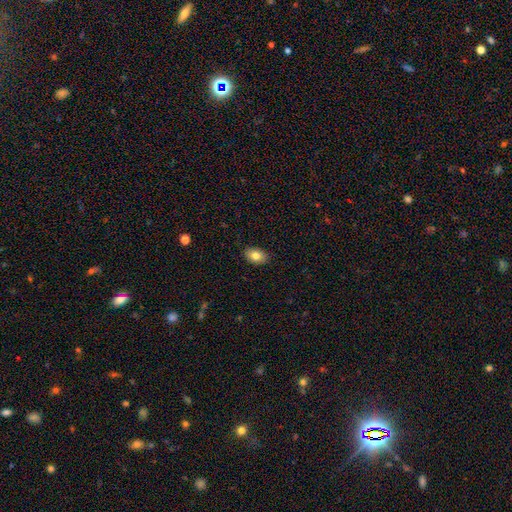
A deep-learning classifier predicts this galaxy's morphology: This is clearly a smooth galaxy (81%). How rounded: clearly in between (84%). Merging: clearly none (88%).